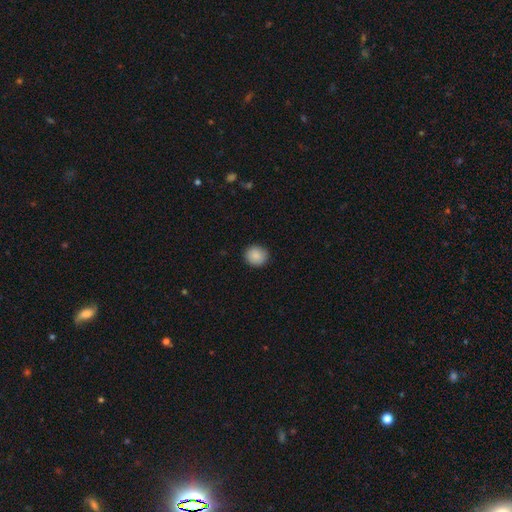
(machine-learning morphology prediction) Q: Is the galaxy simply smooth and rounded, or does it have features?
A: smooth — 88%.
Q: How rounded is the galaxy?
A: round — 86%.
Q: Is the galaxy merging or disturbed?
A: none — 90%.